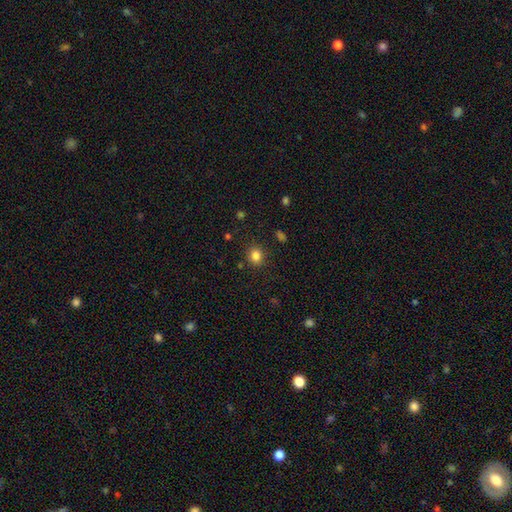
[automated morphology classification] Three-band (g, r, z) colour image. It shows a smooth galaxy with no disk features (83%) that is round (76%). Merging: none (86%).